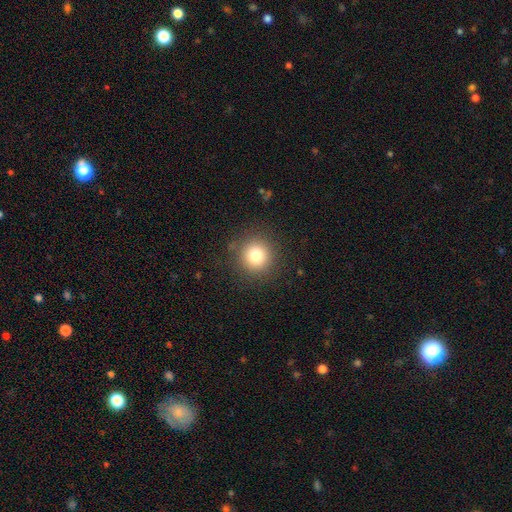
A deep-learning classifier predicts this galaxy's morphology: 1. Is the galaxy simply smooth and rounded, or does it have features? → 79% smooth, 13% star or artifact, 8% featured or disk.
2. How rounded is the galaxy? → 93% round, 6% in between, 1% cigar-shaped.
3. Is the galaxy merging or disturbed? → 88% none, 7% minor disturbance, 3% major disturbance, 1% merger.